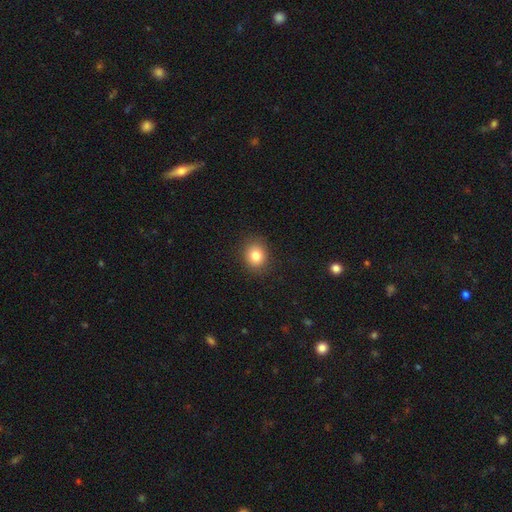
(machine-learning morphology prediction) type=smooth (82%); roundness=round (70%); merging=none (89%).